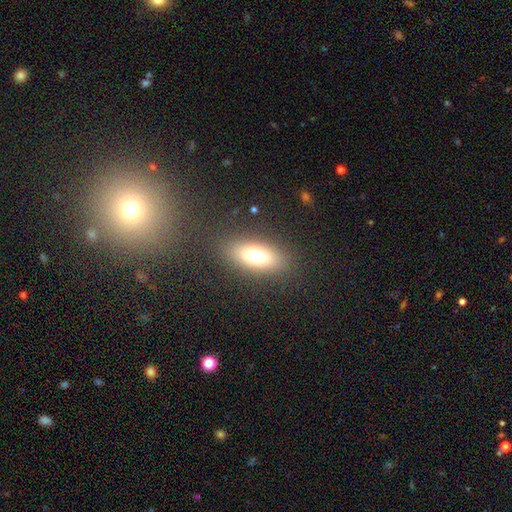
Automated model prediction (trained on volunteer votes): Smooth or featured: smooth — 71% (featured or disk — 18%)
How rounded: in between — 79% (cigar-shaped — 15%)
Merging: none — 84% (minor disturbance — 10%)